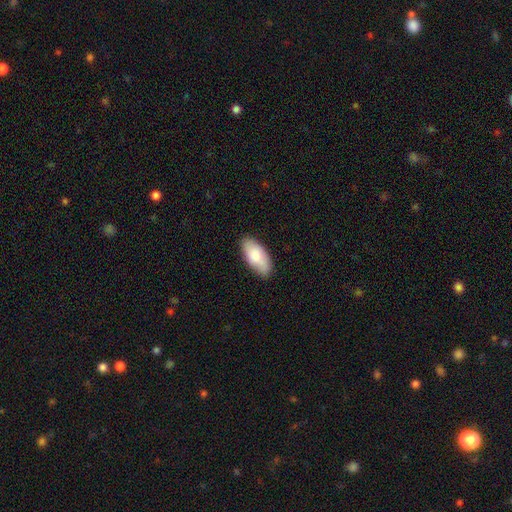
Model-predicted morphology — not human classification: smooth_or_featured: smooth (p=0.81) [alt: featured or disk p=0.13]
how_rounded: in between (p=0.90) [alt: cigar-shaped p=0.08]
merging: none (p=0.84) [alt: minor disturbance p=0.13]